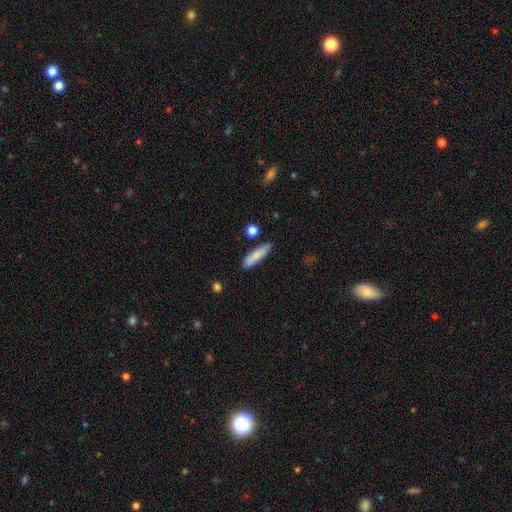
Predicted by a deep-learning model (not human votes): smooth 78%, featured or disk 16%, star or artifact 6%. Down the decision tree: how rounded — cigar-shaped (65%); merging — none (82%).